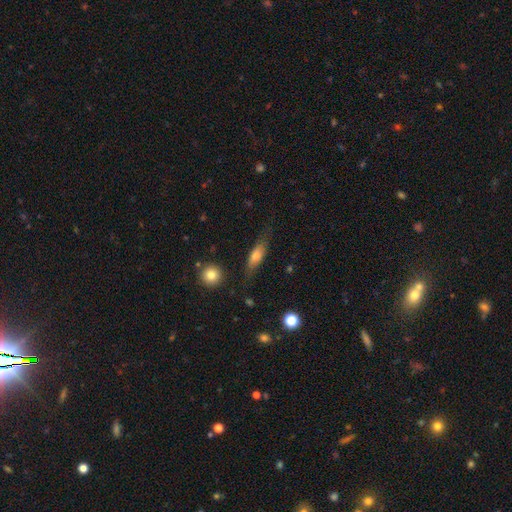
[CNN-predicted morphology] Smooth or featured? smooth (62%)
How rounded? in between (50%)
Merging? none (67%)